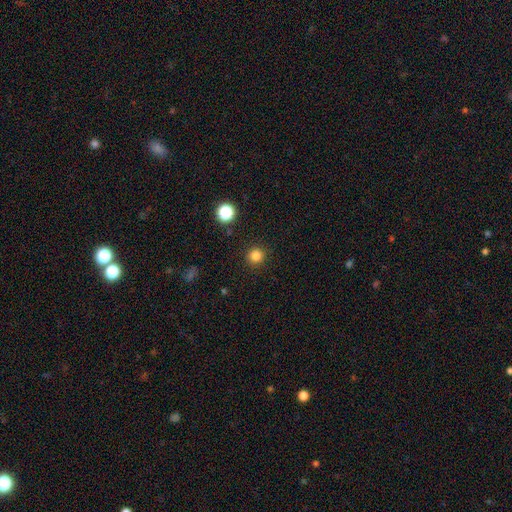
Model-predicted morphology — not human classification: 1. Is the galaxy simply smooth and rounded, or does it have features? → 83% smooth, 13% star or artifact, 4% featured or disk.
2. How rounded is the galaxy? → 94% round, 5% in between, 1% cigar-shaped.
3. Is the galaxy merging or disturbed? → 92% none, 5% minor disturbance, 2% major disturbance, 1% merger.